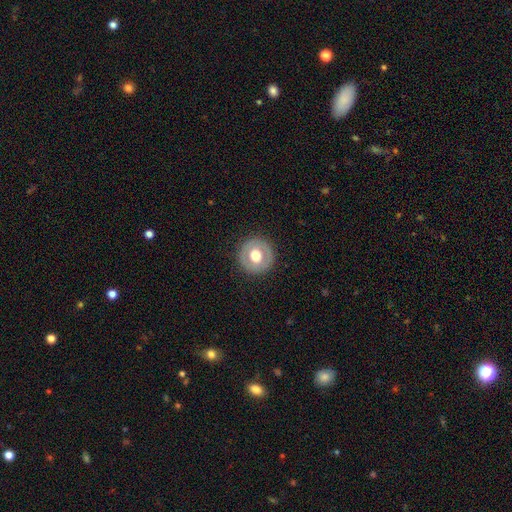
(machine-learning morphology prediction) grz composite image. It shows a smooth galaxy with no disk features (56%) that is round (95%). Merging: none (89%).